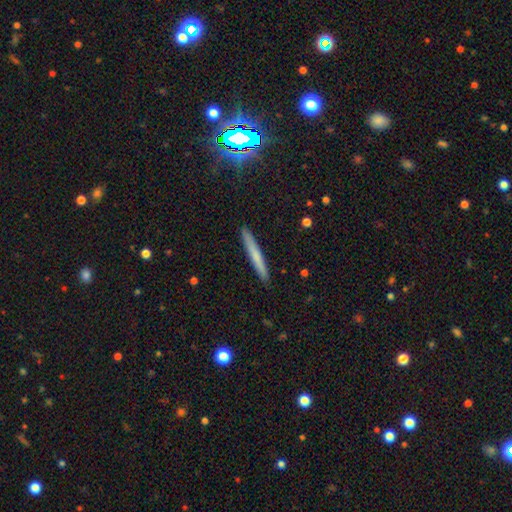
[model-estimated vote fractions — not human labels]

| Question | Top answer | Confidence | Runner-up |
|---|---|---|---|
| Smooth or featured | smooth | 63% | featured or disk (29%) |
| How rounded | cigar-shaped | 97% | in between (2%) |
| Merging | none | 92% | minor disturbance (6%) |